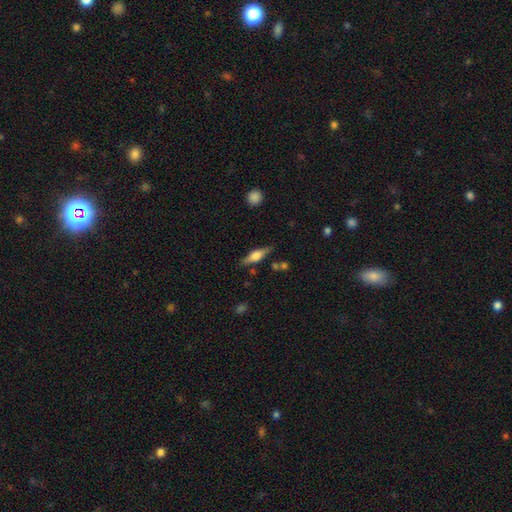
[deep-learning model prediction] Overall: featured or disk (48%; smooth 45%). Merging: none (79%).